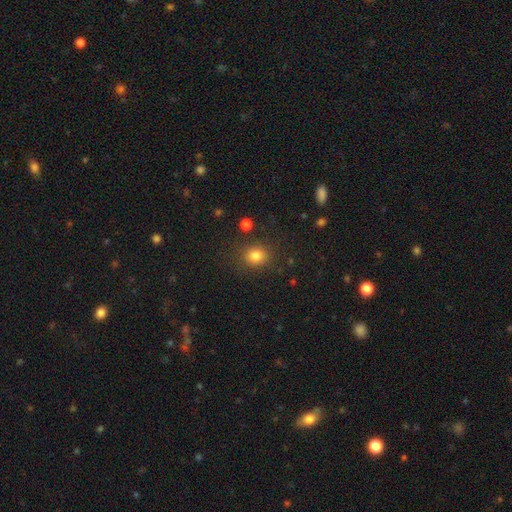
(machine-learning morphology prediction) smooth 82%, star or artifact 13%, featured or disk 6%. Down the decision tree: how rounded — round (76%); merging — none (84%).